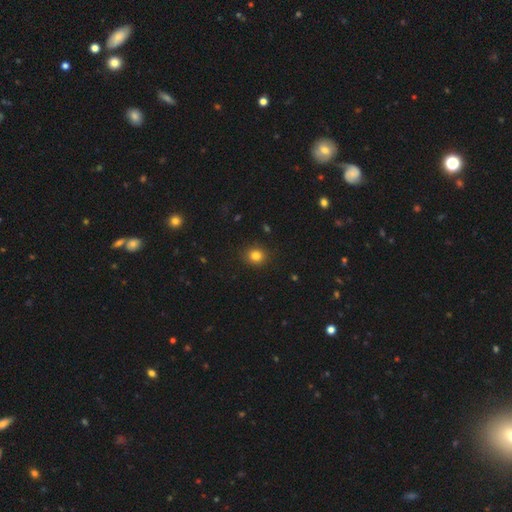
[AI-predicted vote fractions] Smooth or featured? Predicted: smooth (p=0.82). How rounded? Predicted: round (p=0.81). Merging? Predicted: none (p=0.90).